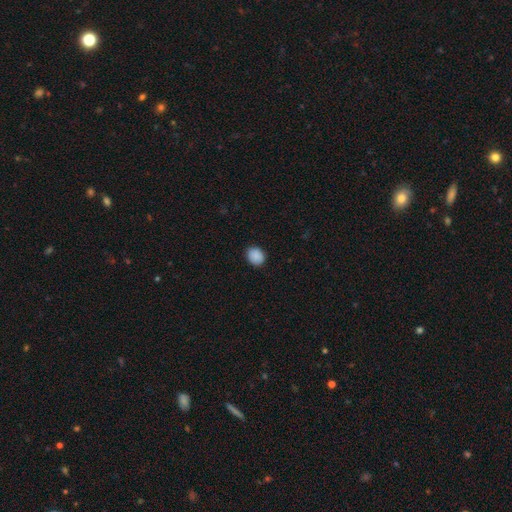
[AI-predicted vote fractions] Morphology: type=smooth (89%); roundness=round (63%); merging=none (88%).